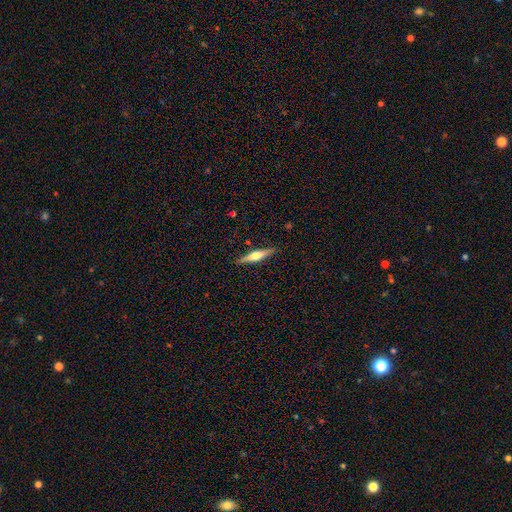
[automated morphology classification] Smooth or featured? featured or disk (62%)
Edge-on disk? yes (97%)
Edge-on bulge? rounded (89%)
Merging? none (89%)